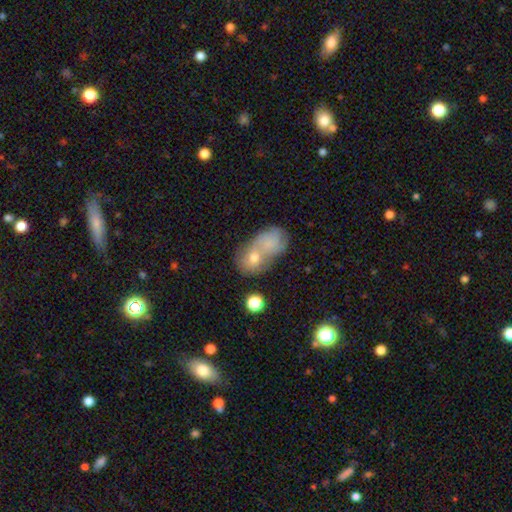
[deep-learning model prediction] Smooth or featured?
  - smooth: 58% *
  - featured or disk: 30%
  - star or artifact: 11%
How rounded?
  - in between: 67% *
  - round: 31%
  - cigar-shaped: 2%
Merging?
  - merger: 61% *
  - none: 23%
  - minor disturbance: 10%
  - major disturbance: 6%